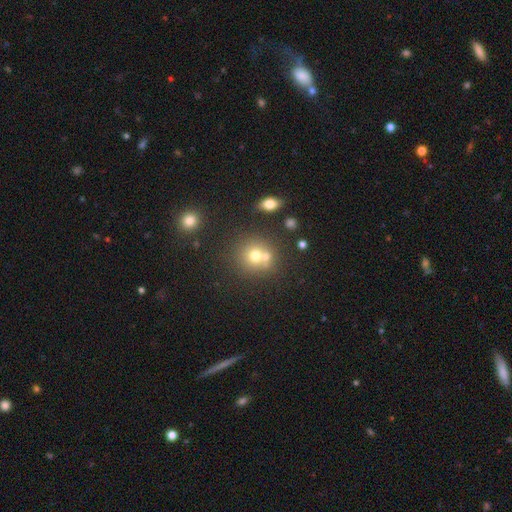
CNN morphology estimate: Overall: smooth (68%). How rounded: round (86%). Merging: none (49%; merger 39%).